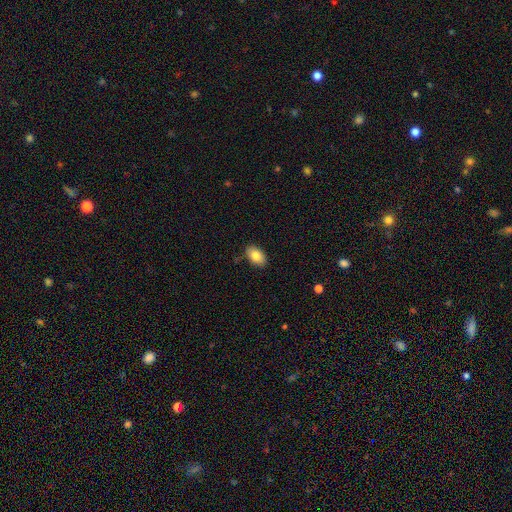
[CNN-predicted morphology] A smooth galaxy with no disk features (83%) that is in between round and cigar-shaped (90%). Merging: none (86%).